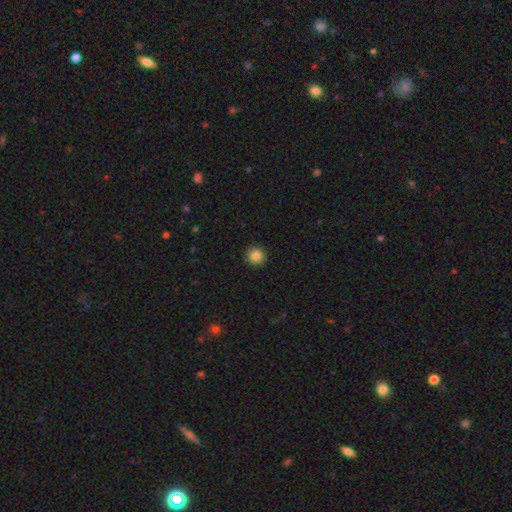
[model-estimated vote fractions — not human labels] Smooth or featured? smooth (85%)
How rounded? round (94%)
Merging? none (92%)